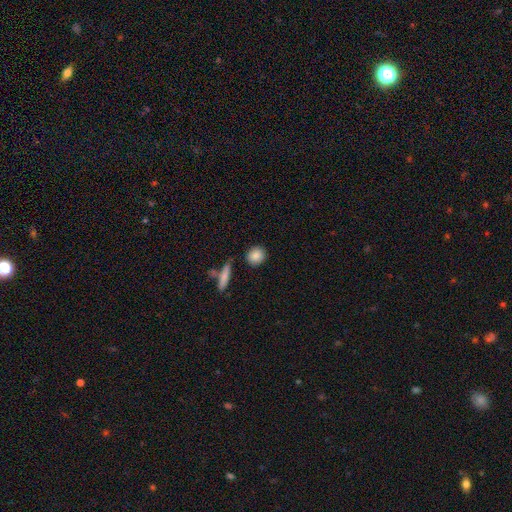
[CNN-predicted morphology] Overall: smooth (85%). How rounded: round (75%). Merging: none (83%).